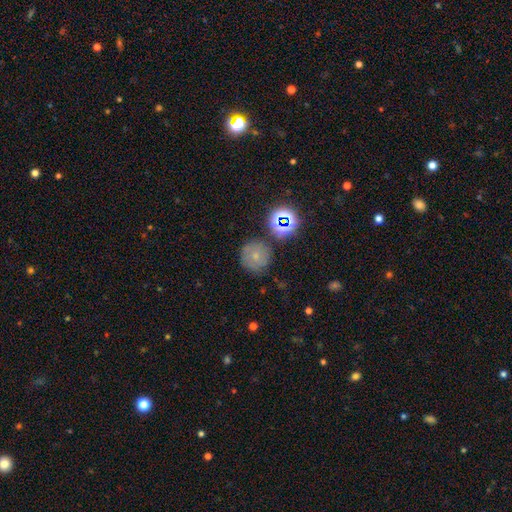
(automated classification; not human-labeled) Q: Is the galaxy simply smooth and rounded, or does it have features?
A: smooth — 49%.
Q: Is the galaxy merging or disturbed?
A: none — 78%.